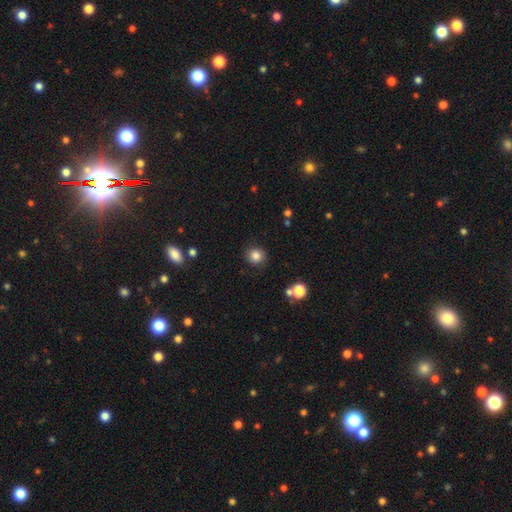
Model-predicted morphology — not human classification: Overall: smooth (83%). How rounded: round (90%). Merging: none (89%).